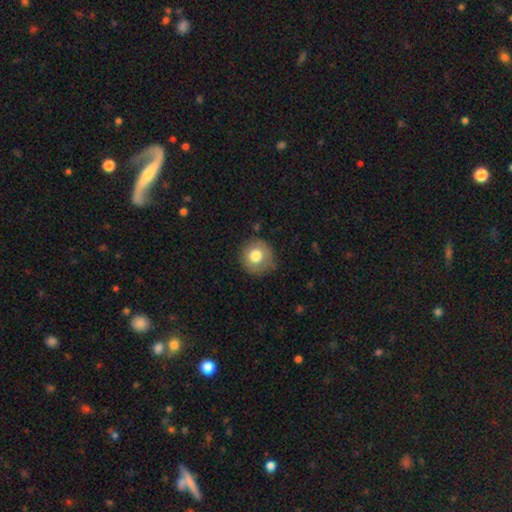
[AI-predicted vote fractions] The model was most divided on "smooth or featured": smooth: 77%, featured or disk: 15%, star or artifact: 9%. More confident: how rounded — round (92%); merging — none (78%).